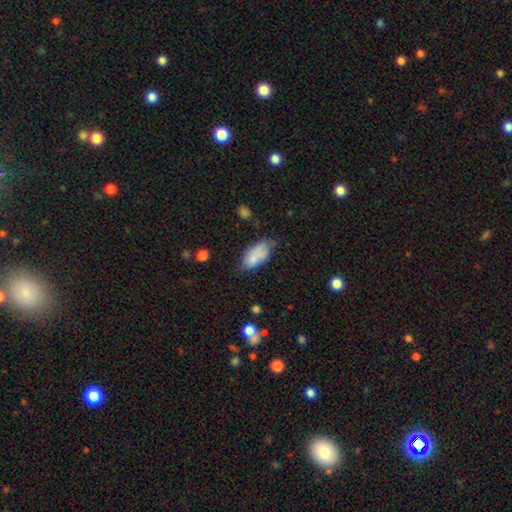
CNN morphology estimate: smooth 77%, featured or disk 15%, star or artifact 8%. Down the decision tree: how rounded — in between (93%); merging — none (47%).